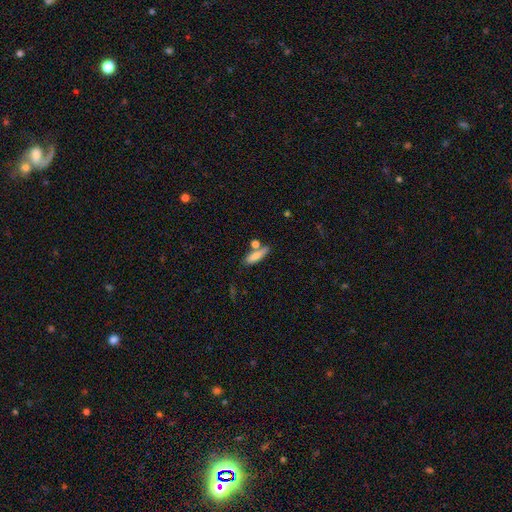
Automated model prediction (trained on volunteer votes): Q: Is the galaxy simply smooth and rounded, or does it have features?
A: smooth — 78%.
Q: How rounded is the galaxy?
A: cigar-shaped — 52%.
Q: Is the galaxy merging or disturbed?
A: none — 56%.